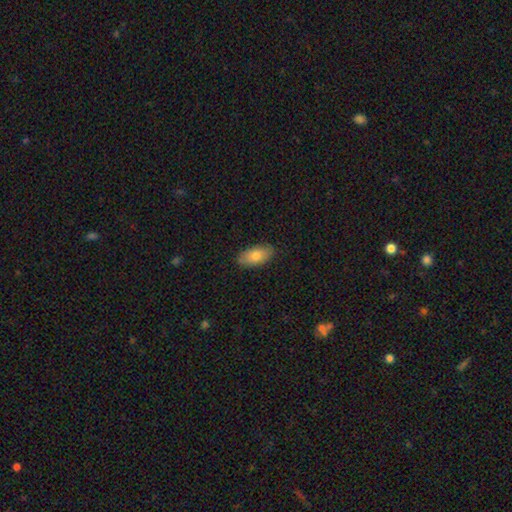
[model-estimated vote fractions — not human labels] smooth_or_featured: smooth (p=0.77) [alt: featured or disk p=0.17]
how_rounded: in between (p=0.91) [alt: cigar-shaped p=0.06]
merging: none (p=0.86) [alt: minor disturbance p=0.11]